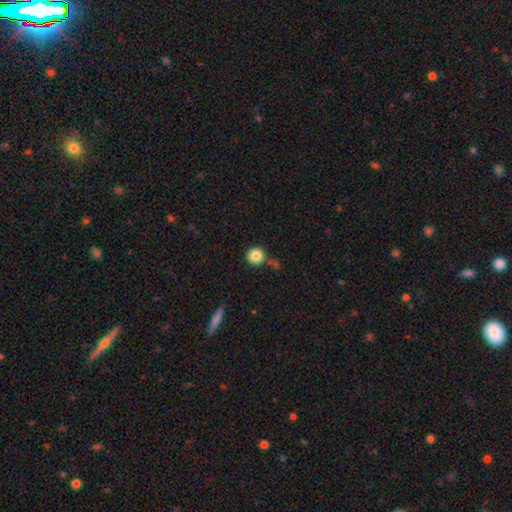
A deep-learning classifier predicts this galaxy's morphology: Overall: smooth (85%). How rounded: round (94%). Merging: none (77%).